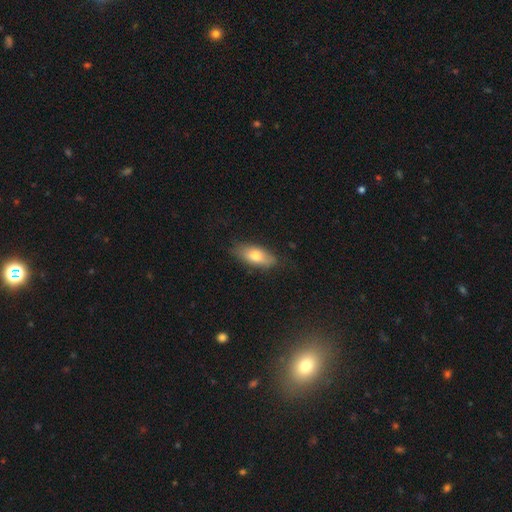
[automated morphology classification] A smooth galaxy with no disk features (72%) that is in between round and cigar-shaped (83%).

Vote fractions:
- Smooth or featured? smooth: 72% / featured or disk: 22% / star or artifact: 7%
- How rounded? in between: 83% / cigar-shaped: 14% / round: 3%
- Merging? none: 77% / minor disturbance: 18% / major disturbance: 4% / merger: 1%